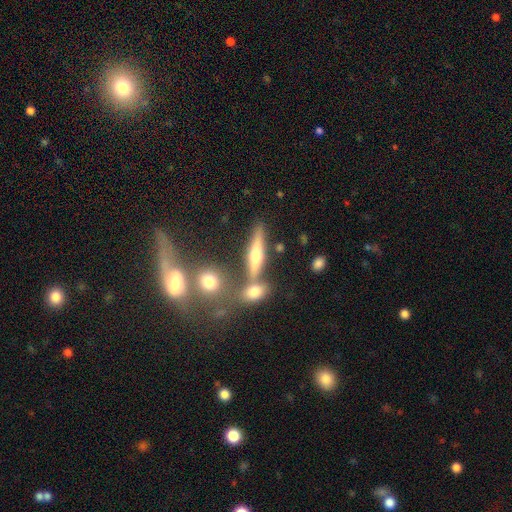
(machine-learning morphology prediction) smooth-or-featured: featured or disk: 52% | smooth: 38% | star or artifact: 11%
  disk-edge-on: yes: 87% | no: 13%
  merging: none: 64% | merger: 19% | minor disturbance: 12% | major disturbance: 5%